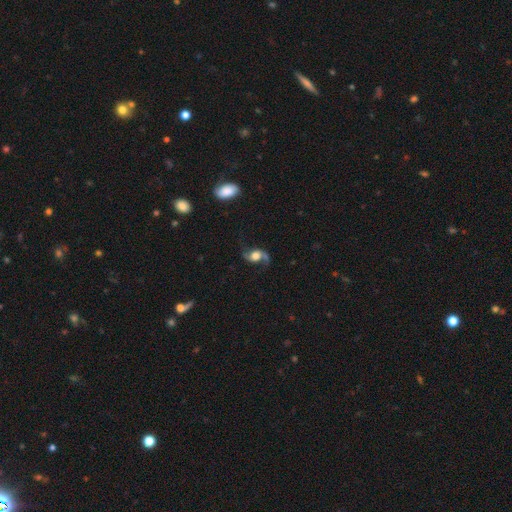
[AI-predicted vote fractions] Q: Smooth or featured?
A: featured or disk (76%); runner-up: smooth (16%)
Q: Edge-on disk?
A: no (95%); runner-up: yes (5%)
Q: Bar?
A: no (64%); runner-up: weak (27%)
Q: Spiral arms?
A: yes (94%); runner-up: no (6%)
Q: Spiral winding?
A: loose (76%); runner-up: medium (20%)
Q: Spiral arm count?
A: 2 (92%); runner-up: 1 (4%)
Q: Bulge size?
A: large (48%); runner-up: moderate (28%)
Q: Merging?
A: none (68%); runner-up: minor disturbance (16%)